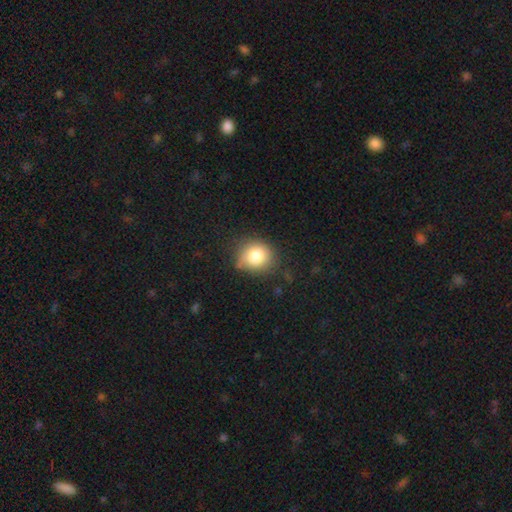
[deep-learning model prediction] This appears to be a smooth galaxy with no disk features (81%) that is round (79%). Merging: none (77%).